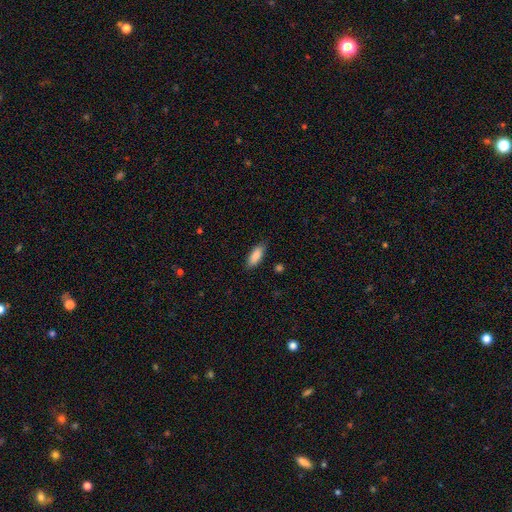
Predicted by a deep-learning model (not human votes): Overall: smooth (88%). How rounded: in between (72%). Merging: none (86%).